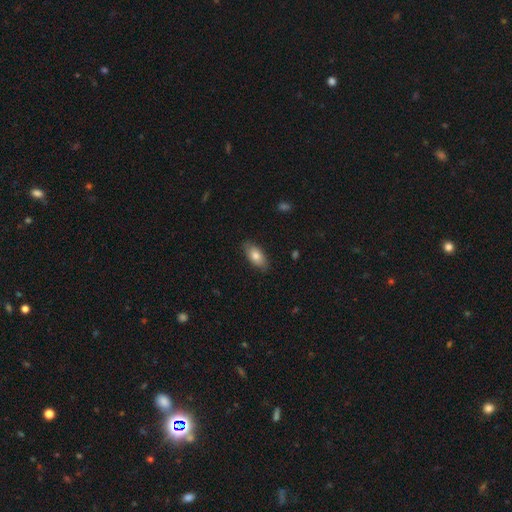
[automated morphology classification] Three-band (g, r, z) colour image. It shows a smooth galaxy with no disk features (78%) that is in between round and cigar-shaped (90%). Merging: none (85%).